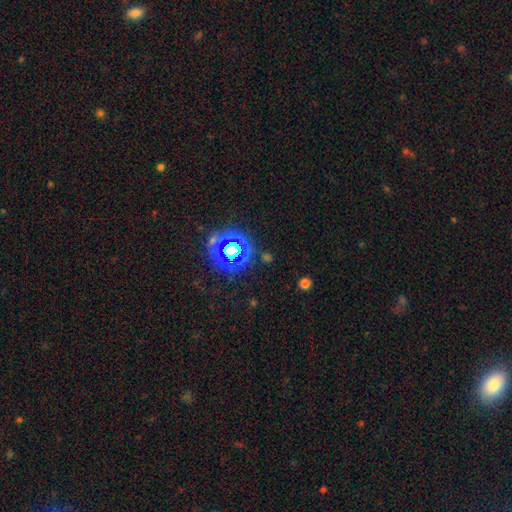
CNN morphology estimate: star or artifact 76%, smooth 16%, featured or disk 7%.